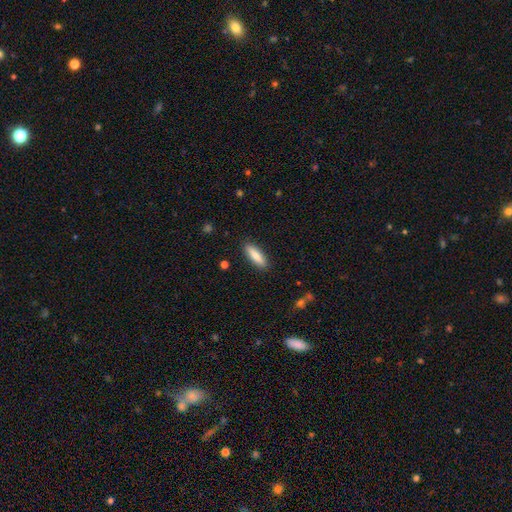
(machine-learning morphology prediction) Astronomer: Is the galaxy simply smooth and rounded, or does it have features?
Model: smooth — 81%.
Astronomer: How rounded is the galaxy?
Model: cigar-shaped — 55% (runner-up: in between, 43%).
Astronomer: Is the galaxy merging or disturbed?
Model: none — 89%.